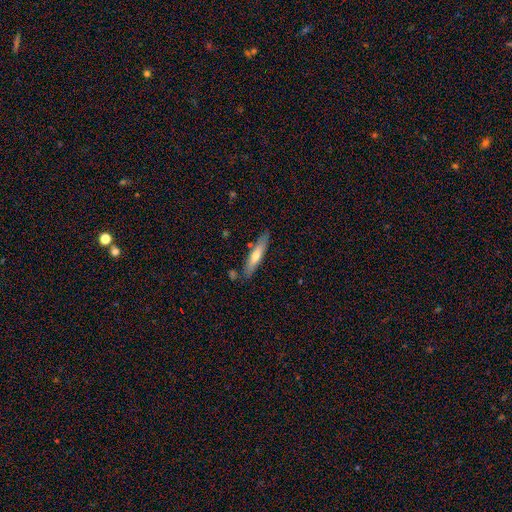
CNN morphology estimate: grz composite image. It shows a smooth galaxy with no disk features (57%) that is cigar-shaped (84%). Merging: none (82%).